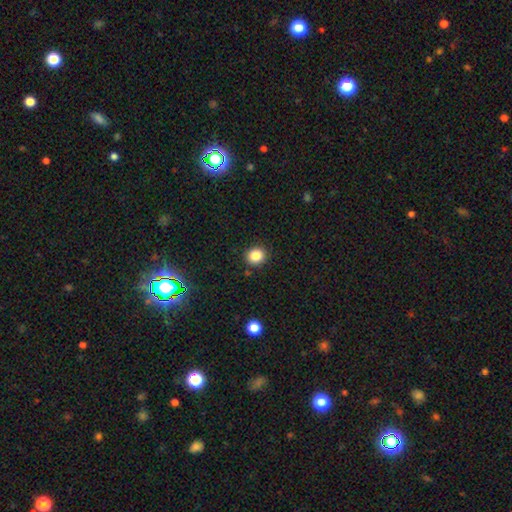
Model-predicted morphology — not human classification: Q: Smooth or featured?
A: smooth (84%); runner-up: star or artifact (11%)
Q: How rounded?
A: round (77%); runner-up: in between (22%)
Q: Merging?
A: none (89%); runner-up: minor disturbance (7%)